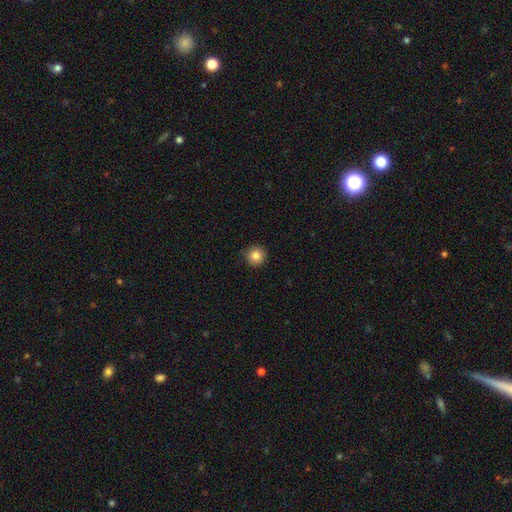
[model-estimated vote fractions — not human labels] The model was most divided on "smooth or featured": smooth: 83%, star or artifact: 10%, featured or disk: 6%. More confident: how rounded — round (95%); merging — none (91%).